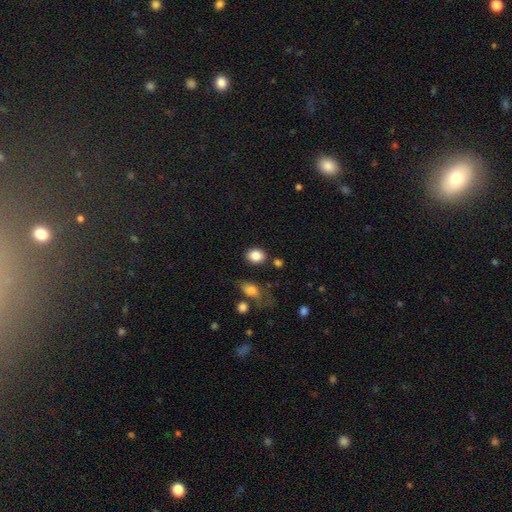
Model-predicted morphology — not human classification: Smooth or featured? Predicted: smooth (p=0.85). How rounded? Predicted: in between (p=0.52). Merging? Predicted: none (p=0.81).